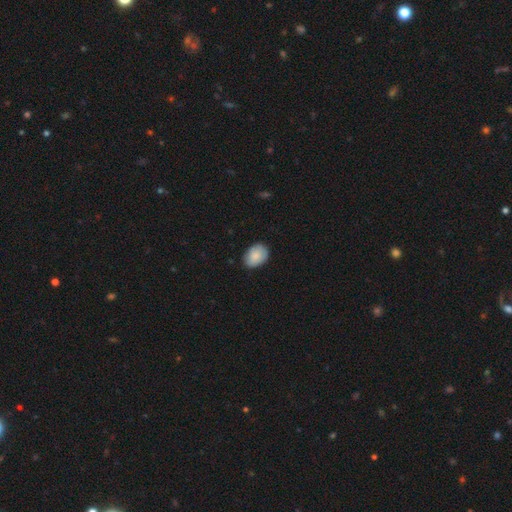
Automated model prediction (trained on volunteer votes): This is clearly a smooth galaxy (85%). How rounded: likely in between (70%). Merging: likely none (78%).